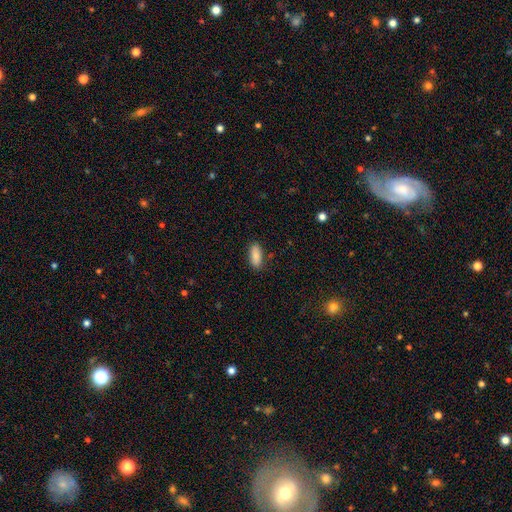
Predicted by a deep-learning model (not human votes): This is clearly a smooth galaxy (86%). How rounded: clearly in between (83%). Merging: clearly none (84%).